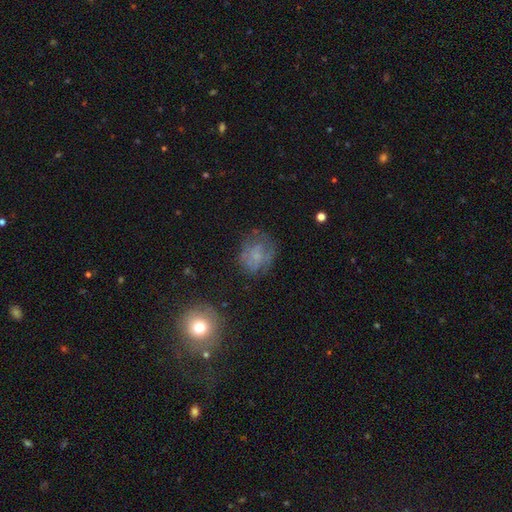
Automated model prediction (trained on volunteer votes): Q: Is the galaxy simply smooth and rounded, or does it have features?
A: smooth — 46%.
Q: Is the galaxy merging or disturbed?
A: none — 56%.